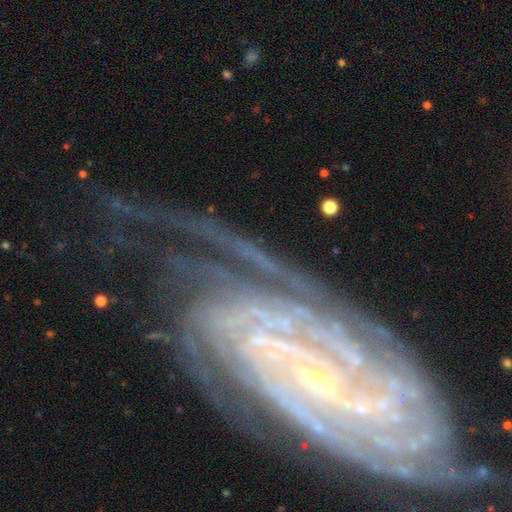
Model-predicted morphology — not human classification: Smooth or featured?
  - featured or disk: 85% *
  - star or artifact: 10%
  - smooth: 6%
Edge-on disk?
  - no: 93% *
  - yes: 7%
Bar?
  - no: 39% *
  - strong: 31%
  - weak: 29%
Spiral arms?
  - yes: 96% *
  - no: 4%
Spiral winding?
  - tight: 67% *
  - medium: 25%
  - loose: 8%
Spiral arm count?
  - 2: 22% * (tied)
  - can't tell: 22% * (tied)
  - 3: 18%
  - 4: 15%
  - more than 4: 12%
  - 1: 11%
Bulge size?
  - small: 79% *
  - moderate: 13%
  - none: 5%
  - large: 3%
  - dominant: 2%
Merging?
  - none: 64% *
  - minor disturbance: 17%
  - major disturbance: 15%
  - merger: 4%